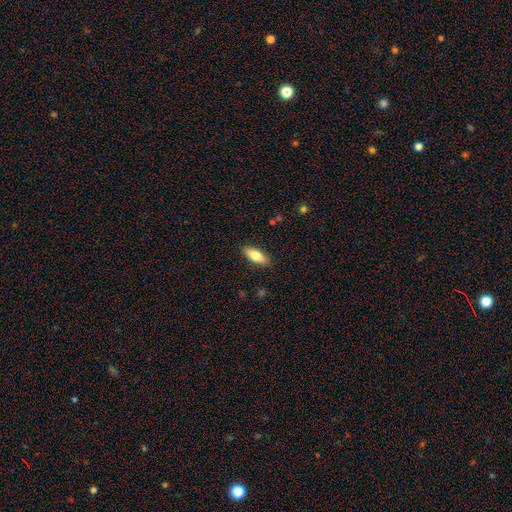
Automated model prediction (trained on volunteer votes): This is likely a smooth galaxy (78%). How rounded: likely in between (74%). Merging: clearly none (88%).